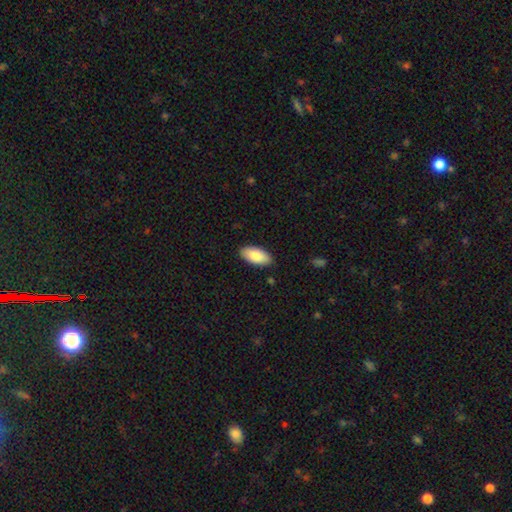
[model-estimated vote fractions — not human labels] This appears to be a smooth galaxy with no disk features (85%) that is in between round and cigar-shaped (93%). Merging: none (88%).